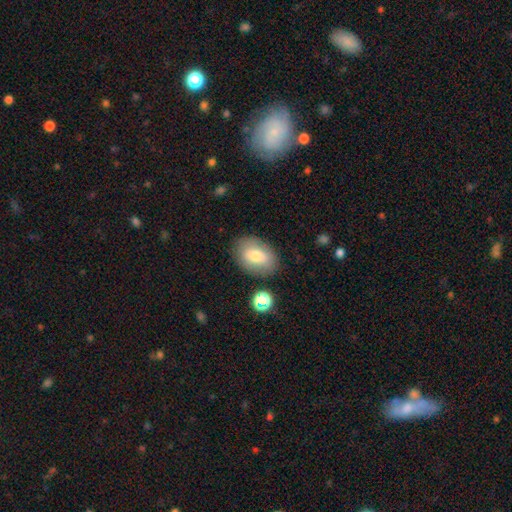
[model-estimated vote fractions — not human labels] Smooth or featured? smooth (71%)
How rounded? in between (81%)
Merging? none (80%)